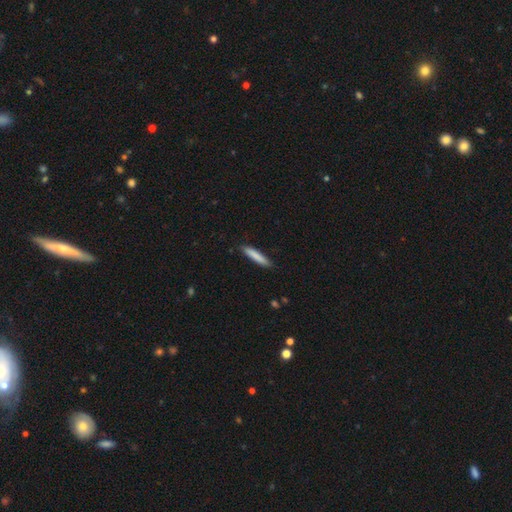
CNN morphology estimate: A smooth galaxy with no disk features (83%) that is cigar-shaped (90%). Merging: none (87%).